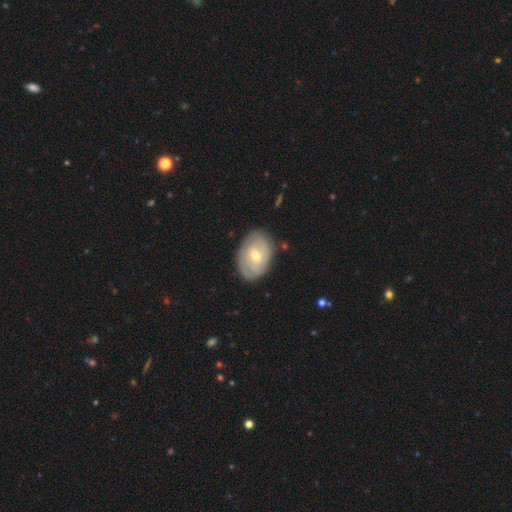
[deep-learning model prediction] Overall: featured or disk (50%; smooth 44%). Edge-on disk: no (94%). Merging: none (78%).